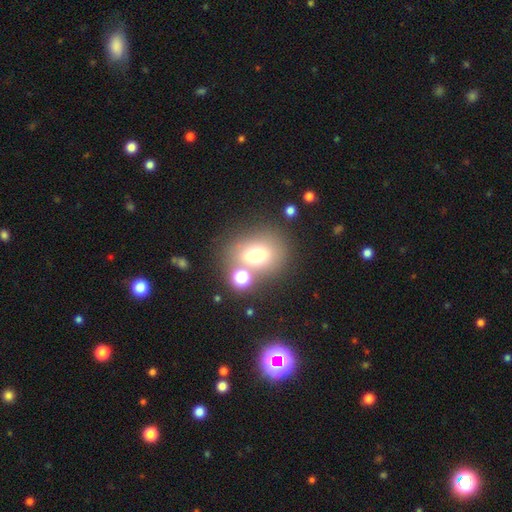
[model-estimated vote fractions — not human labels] This is likely a smooth galaxy (68%). How rounded: possibly in between (58%). Merging: likely none (62%).